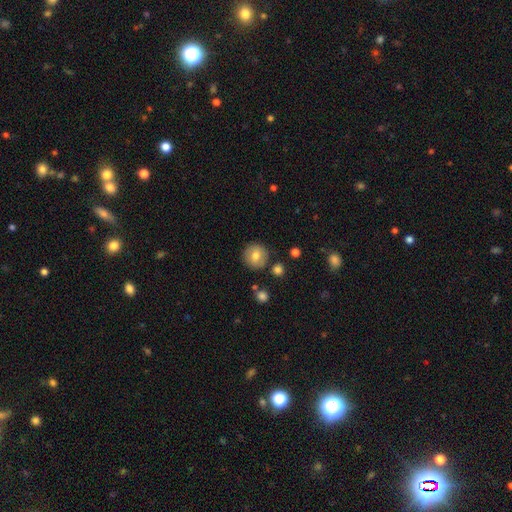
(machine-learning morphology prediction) A smooth galaxy with no disk features (74%) that is round (93%).

Vote fractions:
- Smooth or featured? smooth: 74% / featured or disk: 17% / star or artifact: 9%
- How rounded? round: 93% / in between: 6% / cigar-shaped: 1%
- Merging? none: 86% / minor disturbance: 9% / merger: 3% / major disturbance: 2%